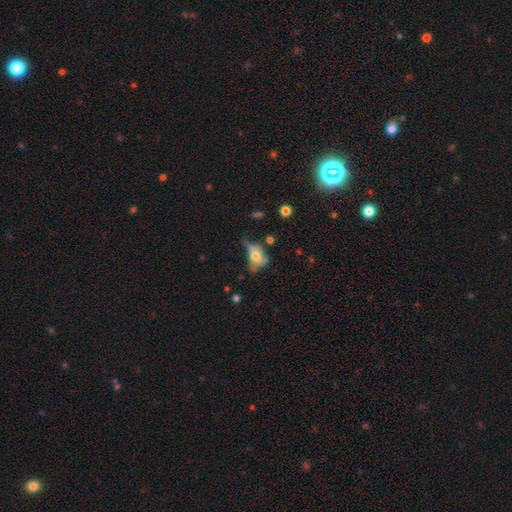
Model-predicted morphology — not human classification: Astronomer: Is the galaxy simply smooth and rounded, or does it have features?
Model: smooth — 54% (runner-up: featured or disk, 34%).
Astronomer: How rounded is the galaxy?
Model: in between — 74%.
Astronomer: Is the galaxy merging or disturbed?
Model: major disturbance — 36% (runner-up: minor disturbance, 28%).